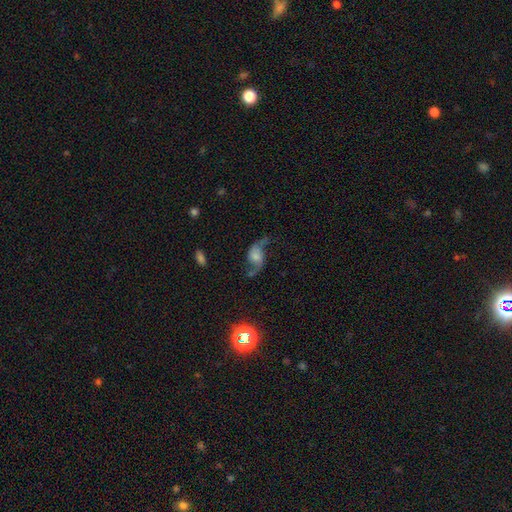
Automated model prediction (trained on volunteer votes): smooth-or-featured: featured or disk: 76% | smooth: 15% | star or artifact: 9%
  disk-edge-on: no: 96% | yes: 4%
    bar: no: 64% | weak: 29% | strong: 7%
    has-spiral-arms: yes: 94% | no: 6%
      spiral-winding: loose: 85% | medium: 12% | tight: 3%
      spiral-arm-count: 2: 92% | 1: 3% | can't tell: 2% | 3: 1% | 4: 1% | more than 4: 1%
    bulge-size: moderate: 27% | small: 24% | none: 24% | large: 19% | dominant: 5%
  merging: none: 58% | minor disturbance: 21% | major disturbance: 17% | merger: 4%